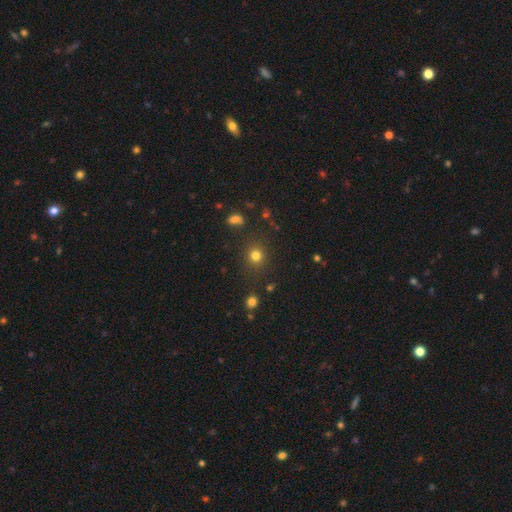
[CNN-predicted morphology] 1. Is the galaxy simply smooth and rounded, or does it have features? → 78% smooth, 16% star or artifact, 6% featured or disk.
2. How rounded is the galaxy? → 87% round, 12% in between, 1% cigar-shaped.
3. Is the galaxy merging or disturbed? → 86% none, 8% minor disturbance, 3% major disturbance, 3% merger.